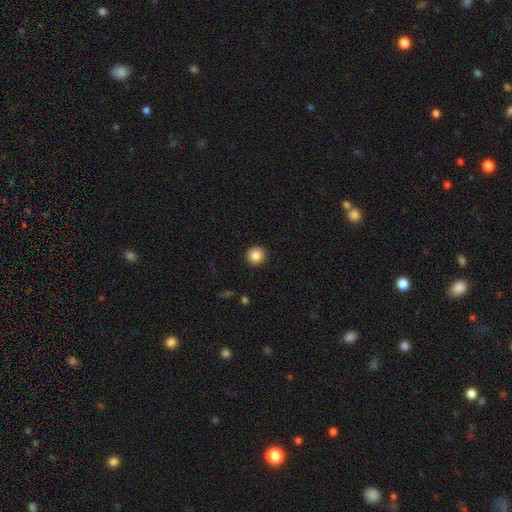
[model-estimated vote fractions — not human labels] Overall: smooth (84%). How rounded: round (94%). Merging: none (93%).